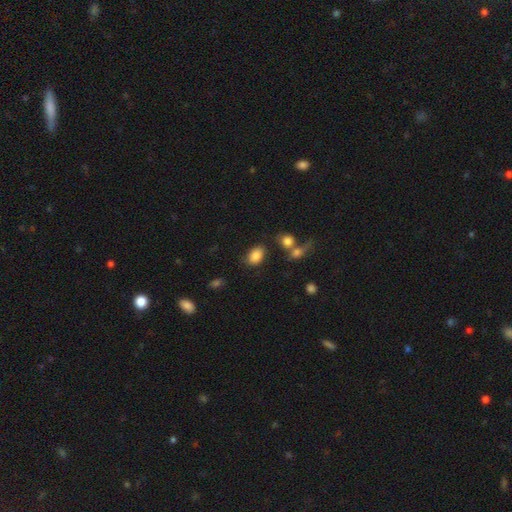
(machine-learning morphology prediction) This appears to be a smooth galaxy with no disk features (85%) that is in between round and cigar-shaped (83%). Merging: none (72%).